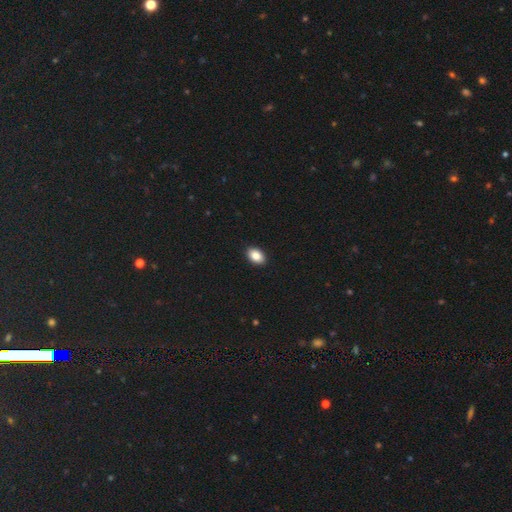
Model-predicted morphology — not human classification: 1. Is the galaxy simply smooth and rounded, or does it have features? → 88% smooth, 8% star or artifact, 4% featured or disk.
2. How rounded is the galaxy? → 88% in between, 10% round, 1% cigar-shaped.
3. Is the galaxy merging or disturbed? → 91% none, 6% minor disturbance, 2% major disturbance, 1% merger.